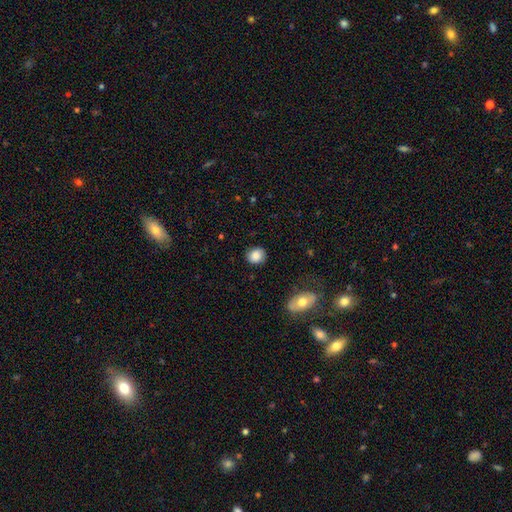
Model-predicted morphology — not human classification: Smooth or featured?
  - smooth: 85% *
  - star or artifact: 9%
  - featured or disk: 7%
How rounded?
  - round: 75% *
  - in between: 24%
  - cigar-shaped: 1%
Merging?
  - none: 84% *
  - minor disturbance: 11%
  - major disturbance: 3%
  - merger: 1%